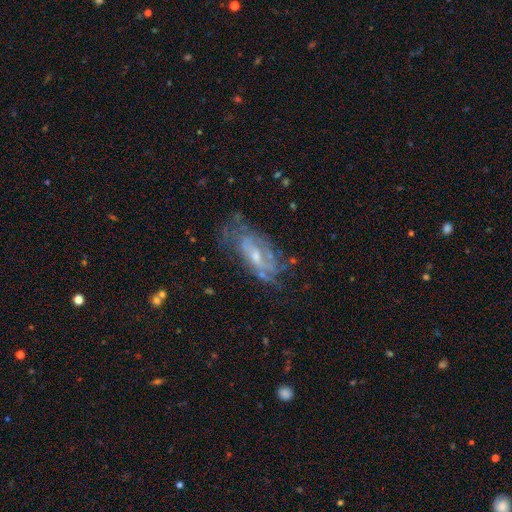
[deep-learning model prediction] A featured or disk galaxy (72%) with no bar (47%), spiral arms (71%) and a moderate central bulge (47%).

Vote fractions:
- Smooth or featured? featured or disk: 72% / smooth: 18% / star or artifact: 10%
- Edge-on disk? no: 87% / yes: 13%
- Bar? no: 47% / weak: 41% / strong: 12%
- Spiral arms? yes: 71% / no: 29%
- Bulge size? moderate: 47% / small: 45% / none: 4% / large: 3% / dominant: 1%
- Merging? none: 57% / minor disturbance: 24% / major disturbance: 16% / merger: 3%